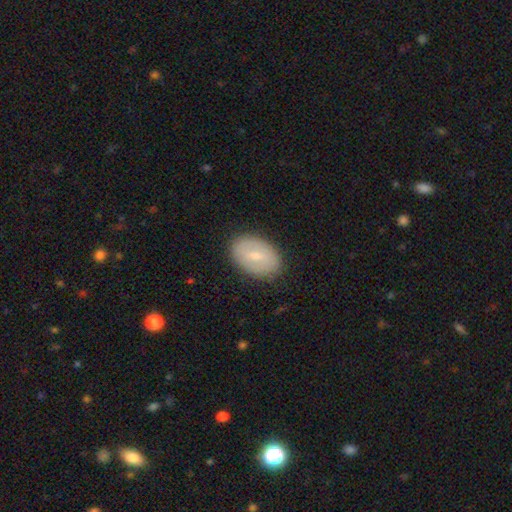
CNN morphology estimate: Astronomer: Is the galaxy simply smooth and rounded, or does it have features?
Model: smooth — 58% (runner-up: featured or disk, 36%).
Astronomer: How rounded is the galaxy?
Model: in between — 87%.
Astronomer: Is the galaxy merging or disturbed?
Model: none — 86%.